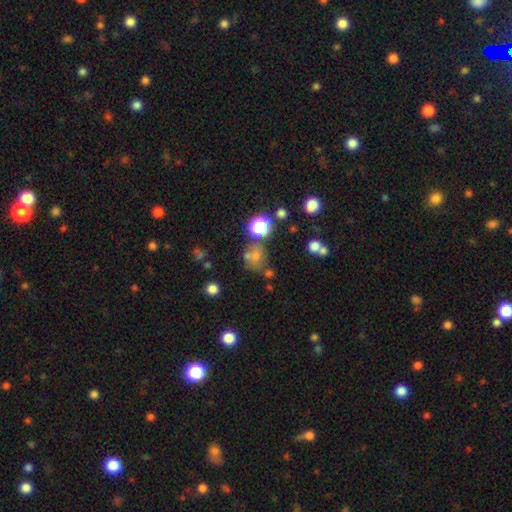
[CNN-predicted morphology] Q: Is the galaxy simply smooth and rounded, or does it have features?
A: smooth — 54%.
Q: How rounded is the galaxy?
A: round — 73%.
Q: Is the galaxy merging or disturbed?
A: none — 59%.